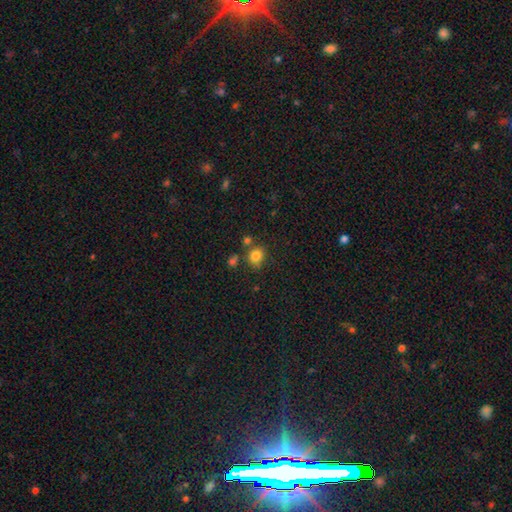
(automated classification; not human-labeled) This is clearly a smooth galaxy (82%). How rounded: likely round (78%). Merging: likely none (70%).